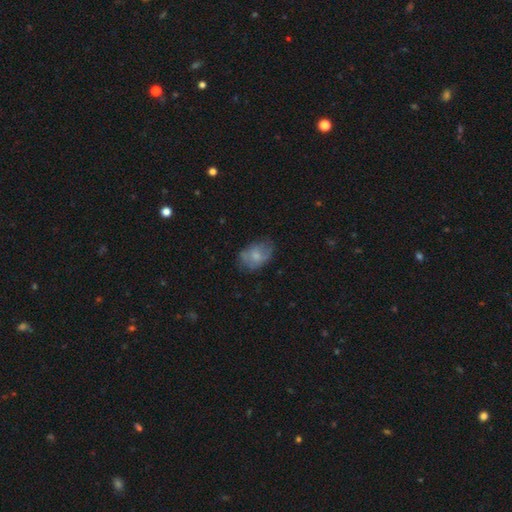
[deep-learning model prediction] Smooth or featured? smooth (64%)
How rounded? in between (82%)
Merging? none (59%)